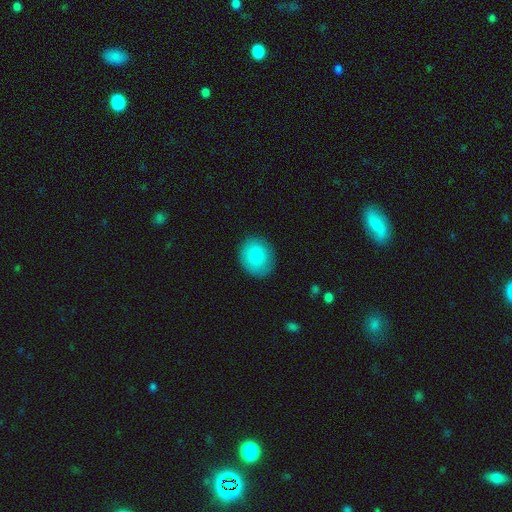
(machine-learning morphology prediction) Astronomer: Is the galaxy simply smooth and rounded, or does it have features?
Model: smooth — 83%.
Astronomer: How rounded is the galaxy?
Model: round — 72%.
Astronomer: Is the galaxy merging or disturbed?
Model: none — 87%.